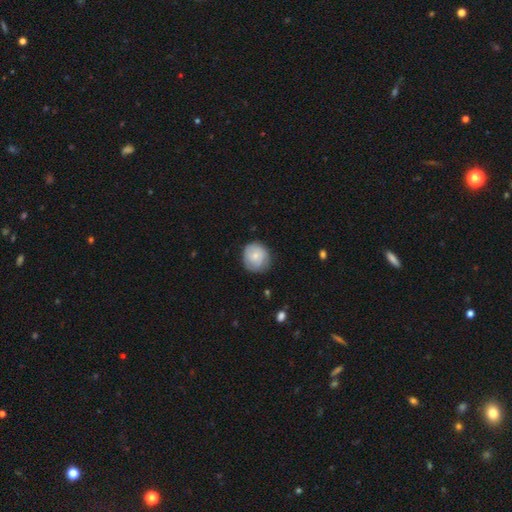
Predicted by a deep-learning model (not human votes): This is likely a smooth galaxy (61%). How rounded: clearly round (85%). Merging: likely none (73%).